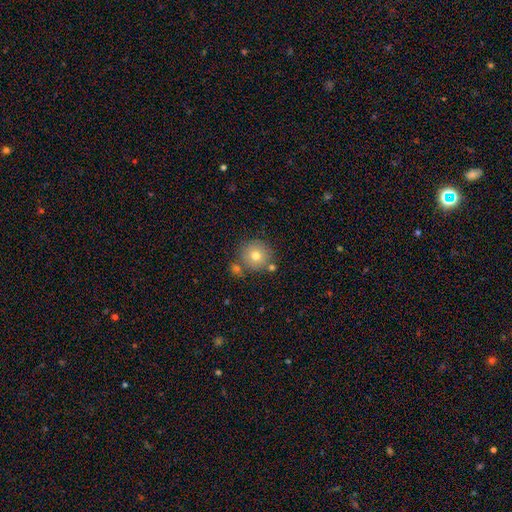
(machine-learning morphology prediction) Smooth or featured: smooth — 74% (featured or disk — 15%)
How rounded: round — 94% (in between — 5%)
Merging: none — 74% (merger — 13%)